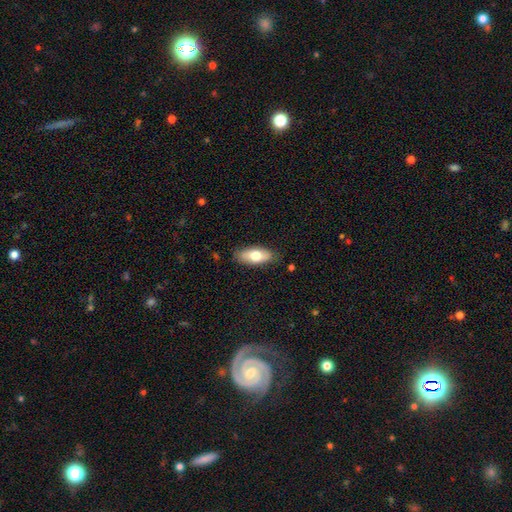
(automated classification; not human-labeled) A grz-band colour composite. It shows a smooth galaxy with no disk features (70%) that is in between round and cigar-shaped (84%). Merging: none (84%).